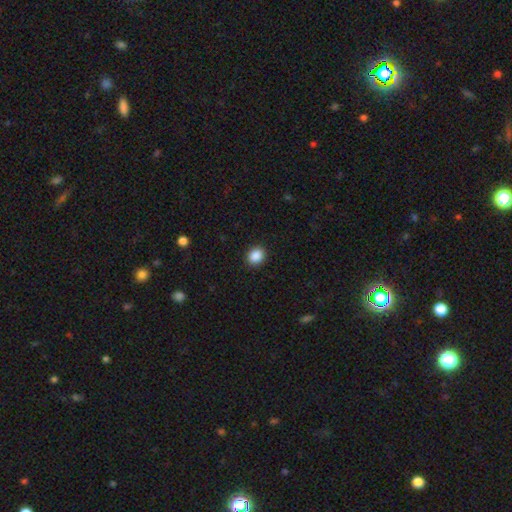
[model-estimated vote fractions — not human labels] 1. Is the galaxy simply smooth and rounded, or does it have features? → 89% smooth, 9% star or artifact, 3% featured or disk.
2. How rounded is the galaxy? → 65% round, 34% in between, 1% cigar-shaped.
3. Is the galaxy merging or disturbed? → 91% none, 6% minor disturbance, 2% major disturbance, 1% merger.